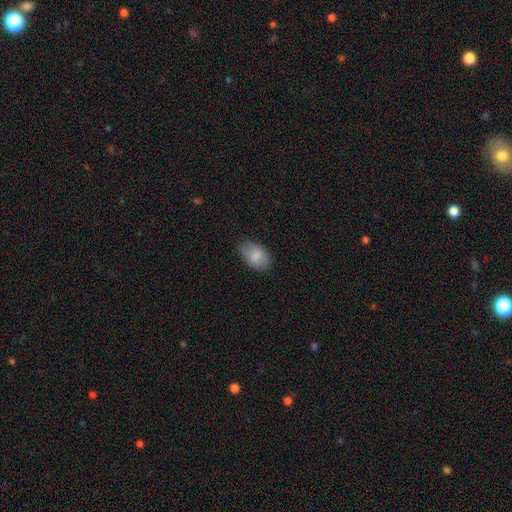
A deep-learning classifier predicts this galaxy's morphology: type=smooth (84%); roundness=in between (90%); merging=none (78%).